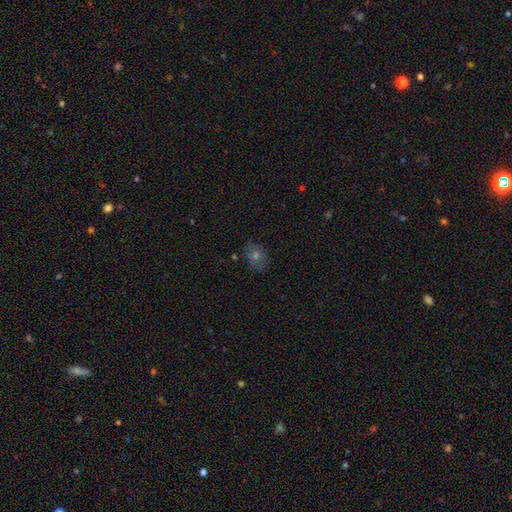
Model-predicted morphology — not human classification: Overall: smooth (55%; star or artifact 24%). How rounded: in between (51%; round 48%). Merging: none (81%).